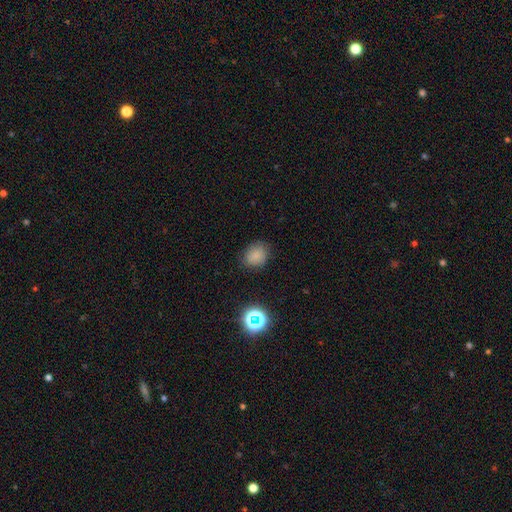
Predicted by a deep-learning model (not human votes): Morphology: type=smooth (80%); roundness=round (60%); merging=none (80%).